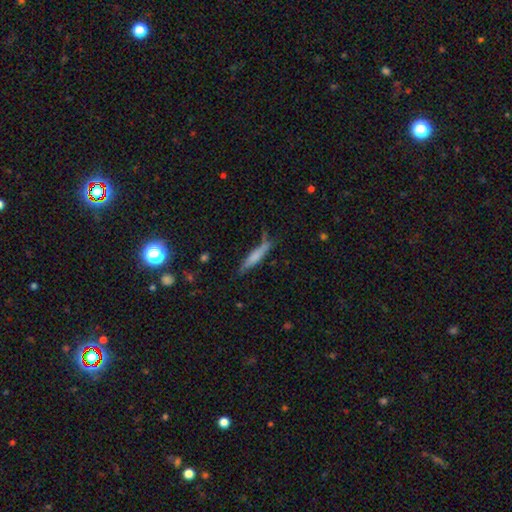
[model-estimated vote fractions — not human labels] The model was most divided on "smooth or featured": smooth: 63%, featured or disk: 30%, star or artifact: 7%. More confident: how rounded — cigar-shaped (90%); merging — none (69%).